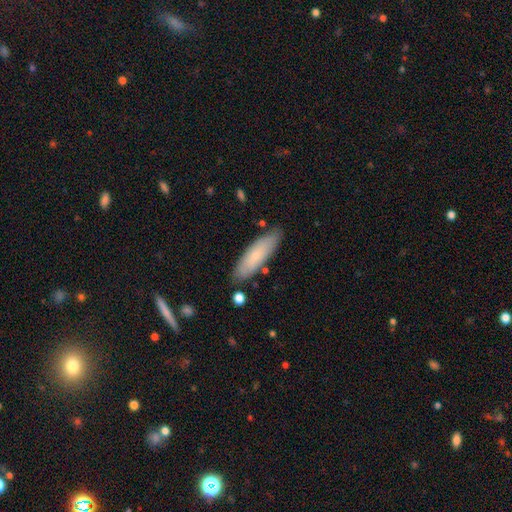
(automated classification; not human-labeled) smooth-or-featured: smooth: 72% | featured or disk: 22% | star or artifact: 6%
  how-rounded: cigar-shaped: 58% | in between: 40% | round: 2%
  merging: none: 82% | minor disturbance: 12% | merger: 3% | major disturbance: 2%